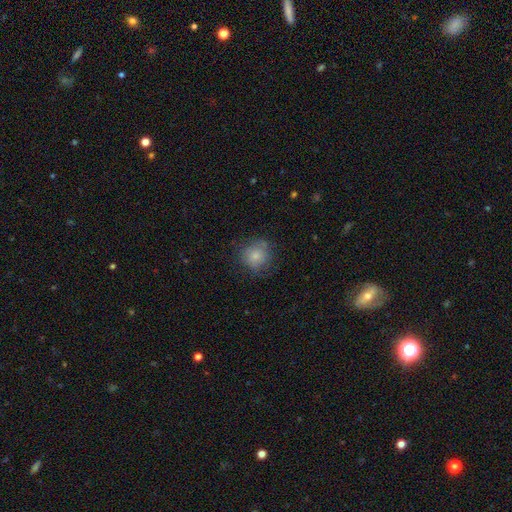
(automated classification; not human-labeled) This appears to be a smooth galaxy with no disk features (79%) that is round (87%). Merging: none (71%).